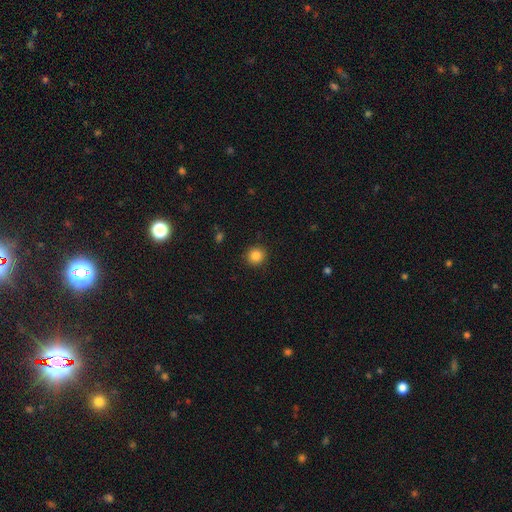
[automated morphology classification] Smooth or featured: smooth — 85% (star or artifact — 11%)
How rounded: round — 91% (in between — 8%)
Merging: none — 91% (minor disturbance — 6%)